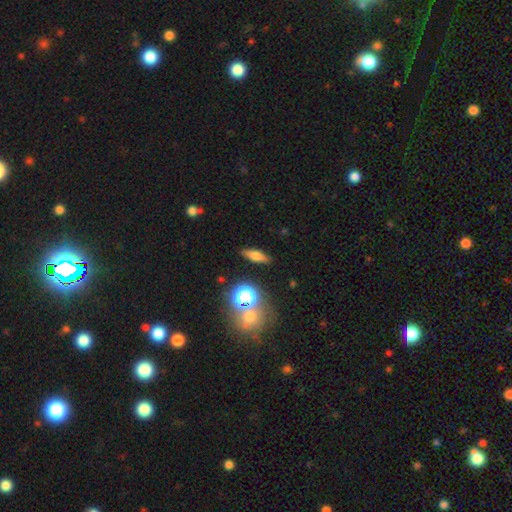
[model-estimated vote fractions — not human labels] smooth-or-featured: smooth: 59% | featured or disk: 27% | star or artifact: 15%
  how-rounded: in between: 45% (tied) | cigar-shaped: 45% (tied) | round: 10%
  merging: none: 85% | minor disturbance: 10% | major disturbance: 3% | merger: 3%